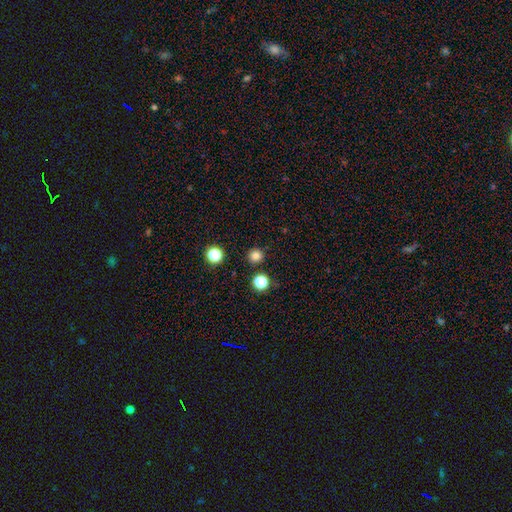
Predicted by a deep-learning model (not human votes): This appears to be a smooth galaxy with no disk features (81%) that is round (94%). Merging: none (90%).